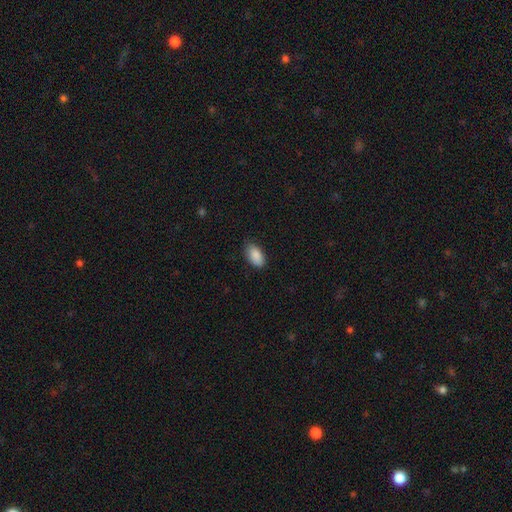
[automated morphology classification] This appears to be a smooth galaxy with no disk features (89%) that is in between round and cigar-shaped (94%). Merging: none (82%).